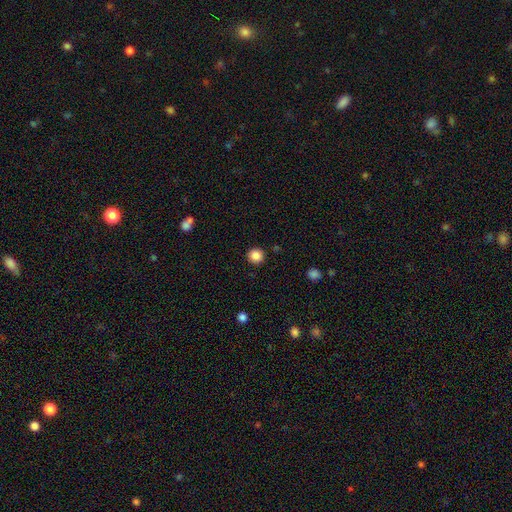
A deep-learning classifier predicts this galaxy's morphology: Smooth or featured: smooth — 87% (star or artifact — 10%)
How rounded: round — 94% (in between — 5%)
Merging: none — 92% (minor disturbance — 5%)